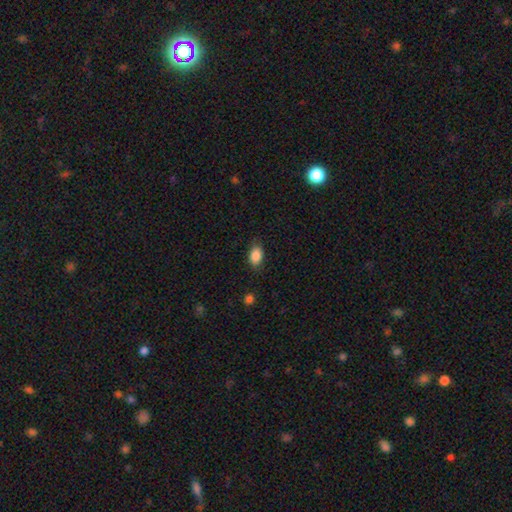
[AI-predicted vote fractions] smooth-or-featured: smooth: 86% | star or artifact: 8% | featured or disk: 6%
  how-rounded: in between: 86% | round: 12% | cigar-shaped: 2%
  merging: none: 79% | minor disturbance: 16% | major disturbance: 3% | merger: 1%